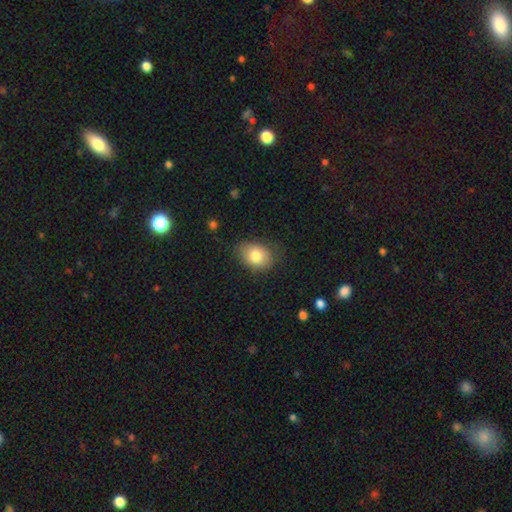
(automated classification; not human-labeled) A smooth galaxy with no disk features (80%) that is in between round and cigar-shaped (74%).

Vote fractions:
- Smooth or featured? smooth: 80% / featured or disk: 12% / star or artifact: 8%
- How rounded? in between: 74% / round: 25% / cigar-shaped: 1%
- Merging? none: 74% / minor disturbance: 20% / major disturbance: 4% / merger: 1%